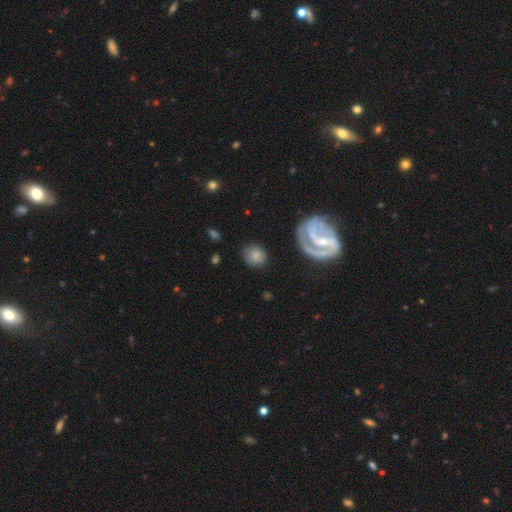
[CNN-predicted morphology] smooth 67%, featured or disk 25%, star or artifact 9%. Down the decision tree: how rounded — round (78%); merging — none (78%).